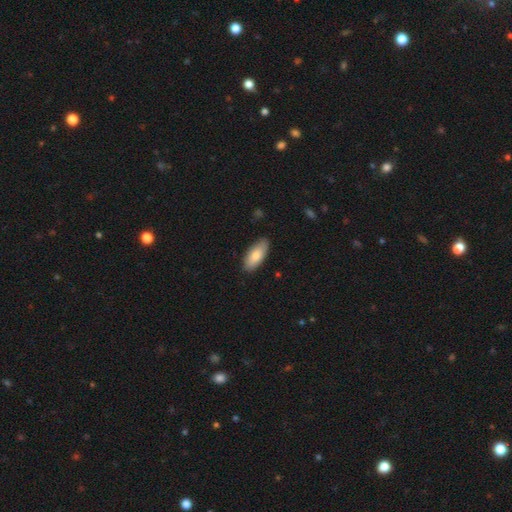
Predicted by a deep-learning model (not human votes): Smooth or featured?
  - smooth: 80% *
  - featured or disk: 14%
  - star or artifact: 6%
How rounded?
  - in between: 83% *
  - cigar-shaped: 15%
  - round: 2%
Merging?
  - none: 85% *
  - minor disturbance: 11%
  - major disturbance: 2%
  - merger: 1%